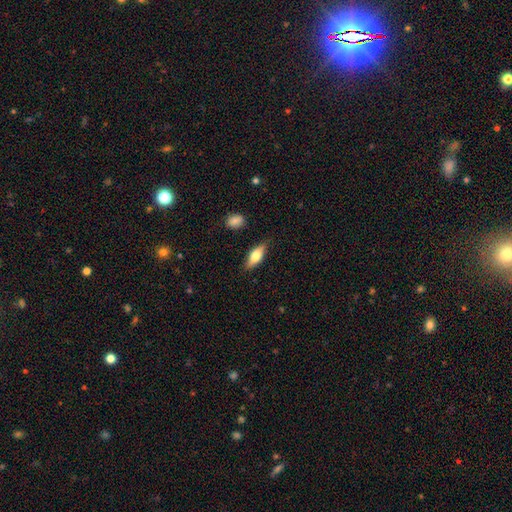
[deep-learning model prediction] This appears to be a smooth galaxy with no disk features (66%) that is in between round and cigar-shaped (69%). Merging: none (83%).